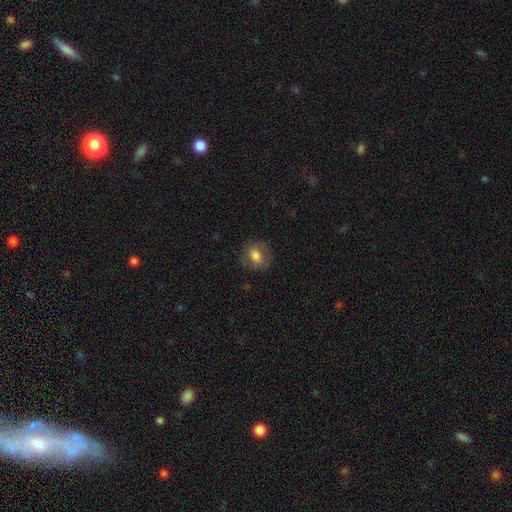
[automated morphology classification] Smooth or featured?
  - smooth: 70% *
  - featured or disk: 21%
  - star or artifact: 9%
How rounded?
  - round: 54% *
  - in between: 45%
  - cigar-shaped: 2%
Merging?
  - none: 80% *
  - minor disturbance: 14%
  - major disturbance: 6%
  - merger: 1%